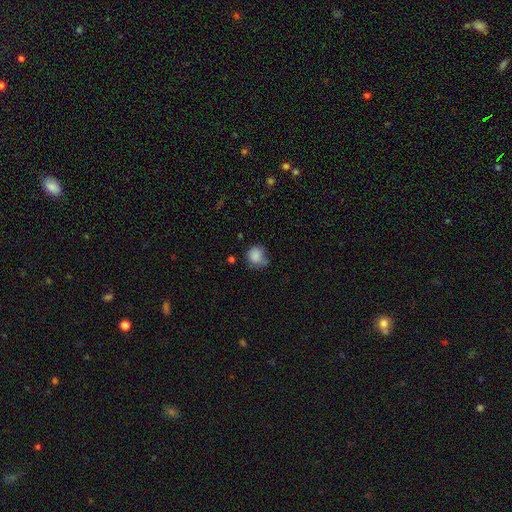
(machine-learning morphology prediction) type=smooth (83%); roundness=round (75%); merging=none (48%).